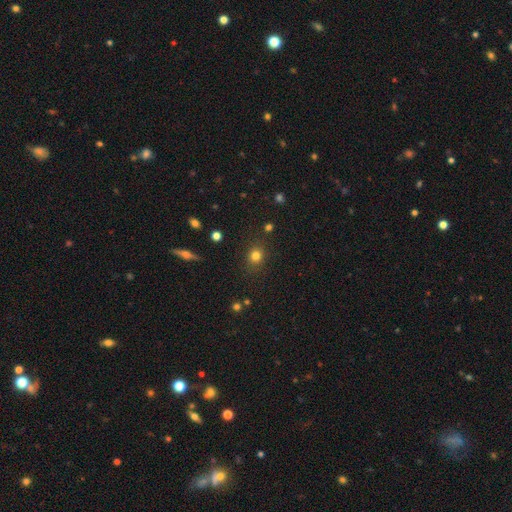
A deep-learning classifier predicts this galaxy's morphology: Smooth or featured? smooth (79%)
How rounded? round (79%)
Merging? none (86%)